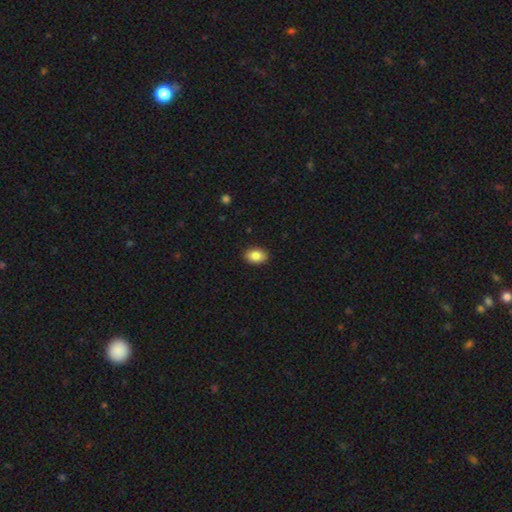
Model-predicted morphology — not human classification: Smooth or featured? Predicted: smooth (p=0.86). How rounded? Predicted: in between (p=0.82). Merging? Predicted: none (p=0.90).